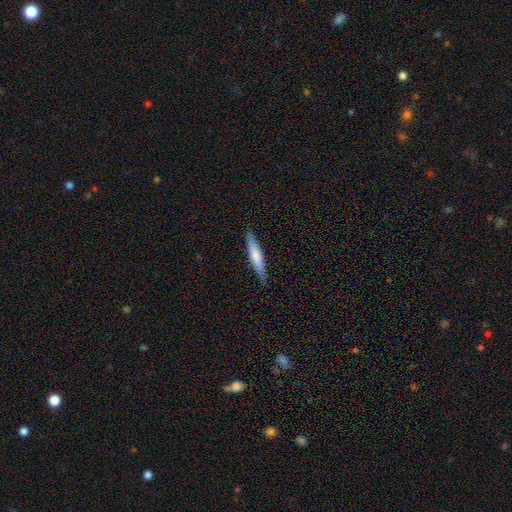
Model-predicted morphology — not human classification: This is likely a smooth galaxy (66%). How rounded: clearly cigar-shaped (89%). Merging: clearly none (87%).